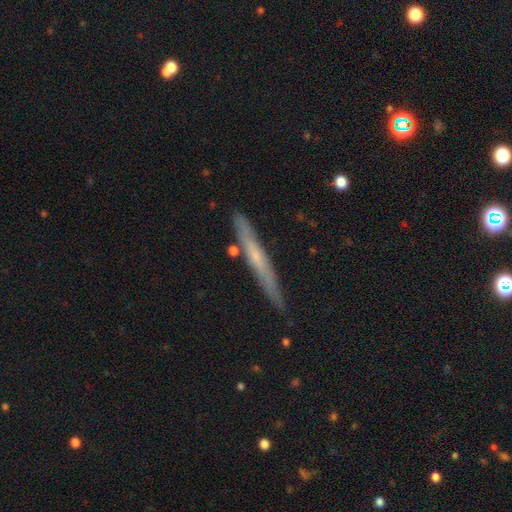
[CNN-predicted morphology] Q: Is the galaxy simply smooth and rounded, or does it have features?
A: featured or disk — 55%.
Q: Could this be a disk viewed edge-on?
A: yes — 93%.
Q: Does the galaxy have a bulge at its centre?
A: none — 68%.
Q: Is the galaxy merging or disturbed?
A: none — 83%.